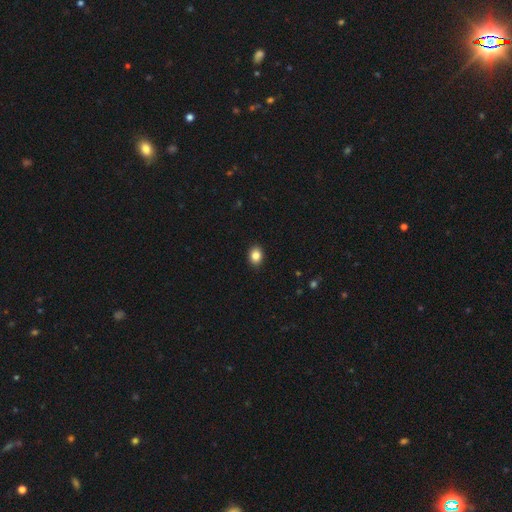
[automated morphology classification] A smooth galaxy with no disk features (85%) that is in between round and cigar-shaped (59%).

Vote fractions:
- Smooth or featured? smooth: 85% / star or artifact: 10% / featured or disk: 5%
- How rounded? in between: 59% / round: 40% / cigar-shaped: 1%
- Merging? none: 91% / minor disturbance: 7% / major disturbance: 2% / merger: 1%